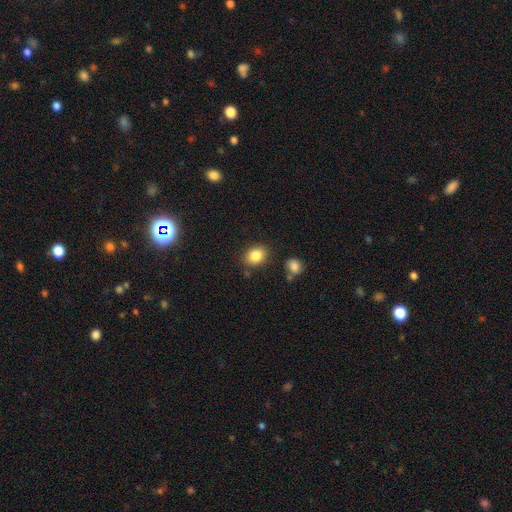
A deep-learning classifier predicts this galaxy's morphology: This is clearly a smooth galaxy (84%). How rounded: possibly in between (56%). Merging: clearly none (80%).